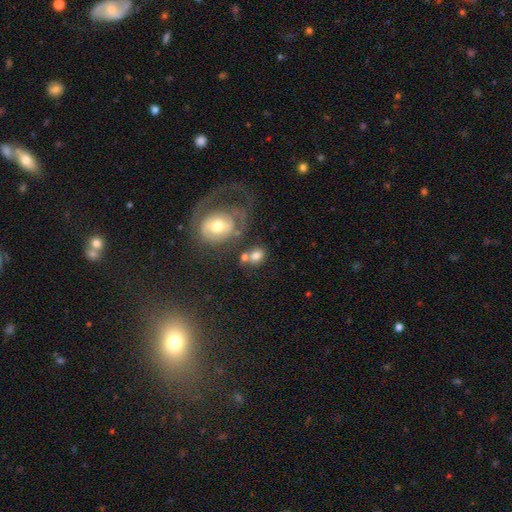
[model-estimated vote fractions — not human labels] Overall: smooth (72%). How rounded: round (51%; in between 47%). Merging: none (51%; merger 24%).